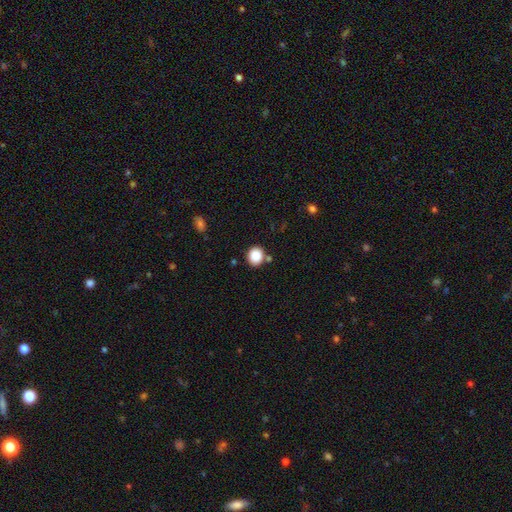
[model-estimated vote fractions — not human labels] This is clearly a smooth galaxy (87%). How rounded: likely round (79%). Merging: clearly none (81%).